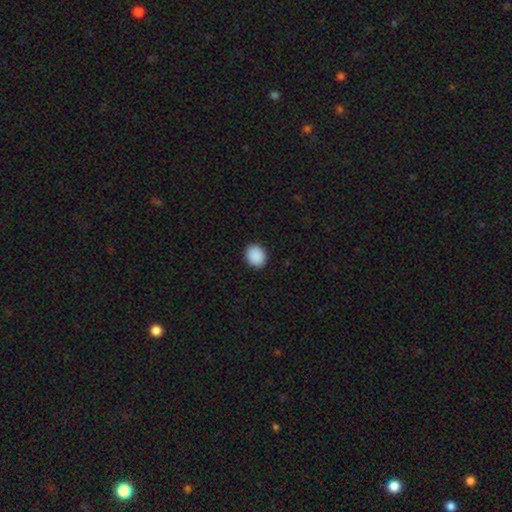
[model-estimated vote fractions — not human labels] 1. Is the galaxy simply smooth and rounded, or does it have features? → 90% smooth, 7% star or artifact, 2% featured or disk.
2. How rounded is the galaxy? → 63% round, 37% in between, 1% cigar-shaped.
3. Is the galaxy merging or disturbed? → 91% none, 6% minor disturbance, 2% major disturbance, 1% merger.